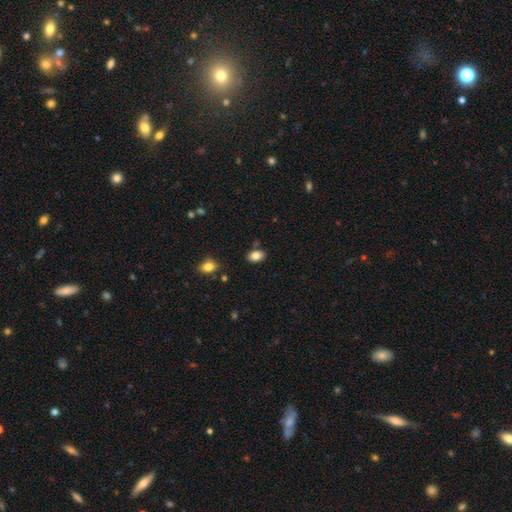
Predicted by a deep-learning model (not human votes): This is clearly a smooth galaxy (83%). How rounded: clearly in between (85%). Merging: clearly none (82%).